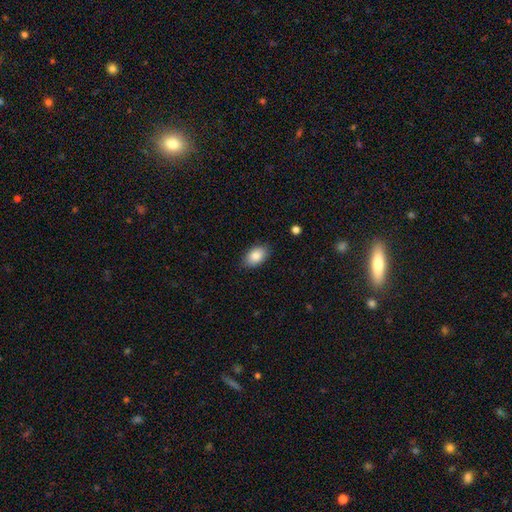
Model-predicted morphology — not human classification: Q: Smooth or featured?
A: smooth (86%); runner-up: star or artifact (7%)
Q: How rounded?
A: in between (90%); runner-up: round (9%)
Q: Merging?
A: none (86%); runner-up: minor disturbance (11%)